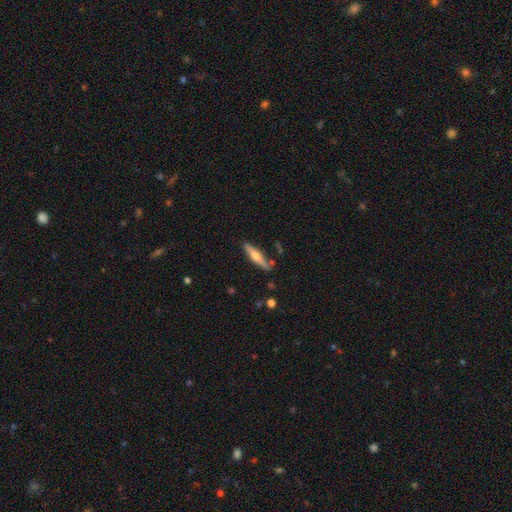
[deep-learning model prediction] A featured or disk galaxy (56%) viewed edge-on (96%) with a rounded central bulge (91%). Merging: none (83%).